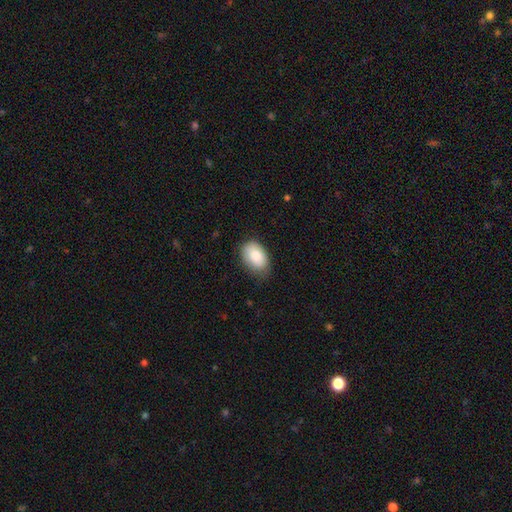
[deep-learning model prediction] This appears to be a smooth galaxy with no disk features (85%) that is in between round and cigar-shaped (88%). Merging: none (71%).